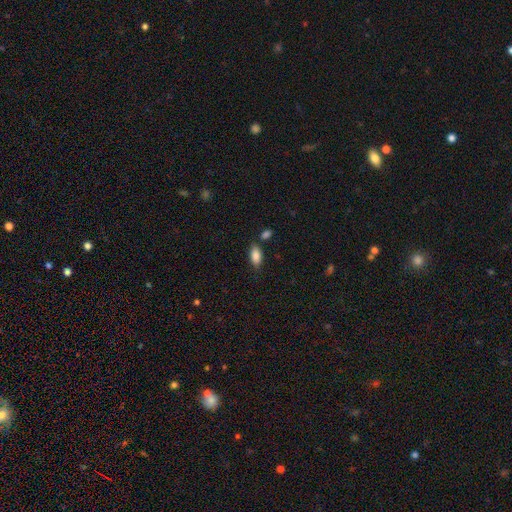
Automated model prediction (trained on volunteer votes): This is clearly a smooth galaxy (87%). How rounded: clearly in between (90%). Merging: likely none (76%).